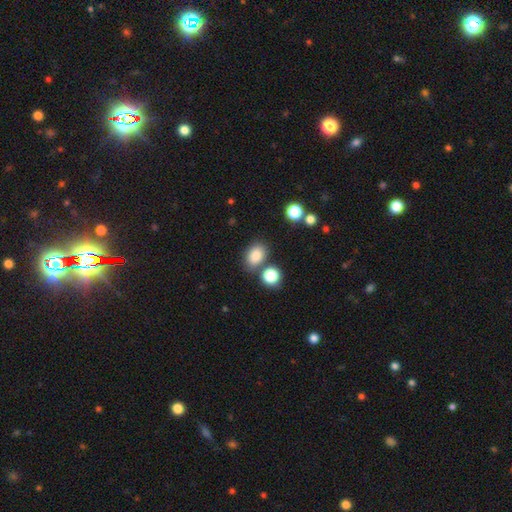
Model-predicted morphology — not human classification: Q: Smooth or featured?
A: smooth (84%); runner-up: star or artifact (10%)
Q: How rounded?
A: in between (76%); runner-up: round (23%)
Q: Merging?
A: none (71%); runner-up: merger (14%)